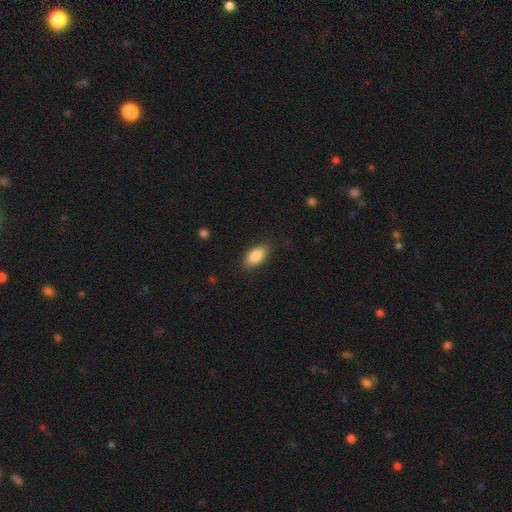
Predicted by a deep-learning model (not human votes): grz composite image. It shows a smooth galaxy with no disk features (85%) that is in between round and cigar-shaped (91%). Merging: none (86%).